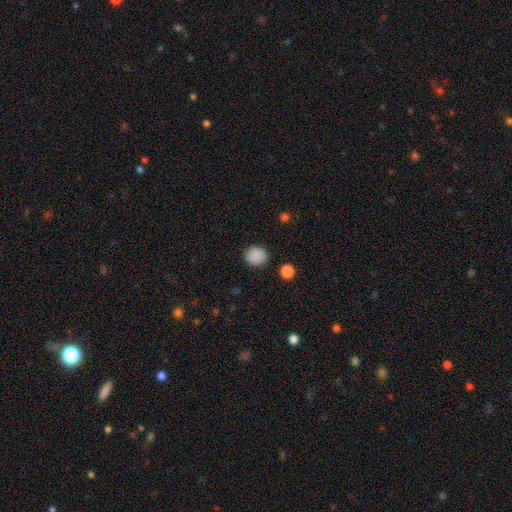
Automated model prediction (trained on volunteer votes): smooth_or_featured: smooth (p=0.85) [alt: star or artifact p=0.09]
how_rounded: round (p=0.75) [alt: in between p=0.24]
merging: none (p=0.83) [alt: minor disturbance p=0.12]